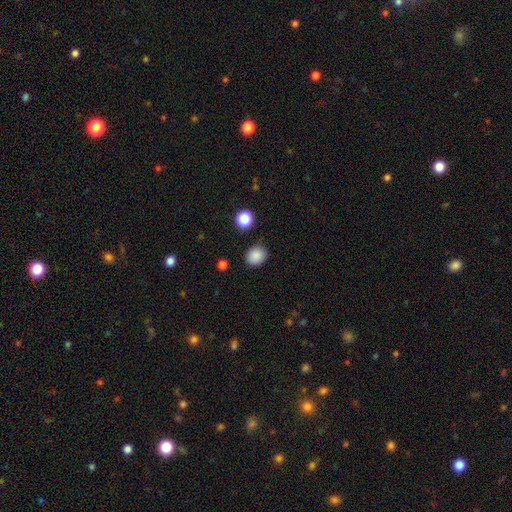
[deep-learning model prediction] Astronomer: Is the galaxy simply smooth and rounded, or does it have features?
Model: smooth — 87%.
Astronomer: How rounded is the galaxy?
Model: round — 65%.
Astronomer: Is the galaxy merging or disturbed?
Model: none — 85%.